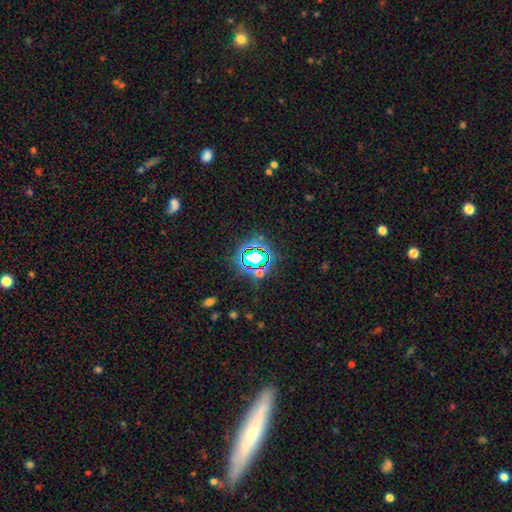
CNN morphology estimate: Smooth or featured? star or artifact (71%)